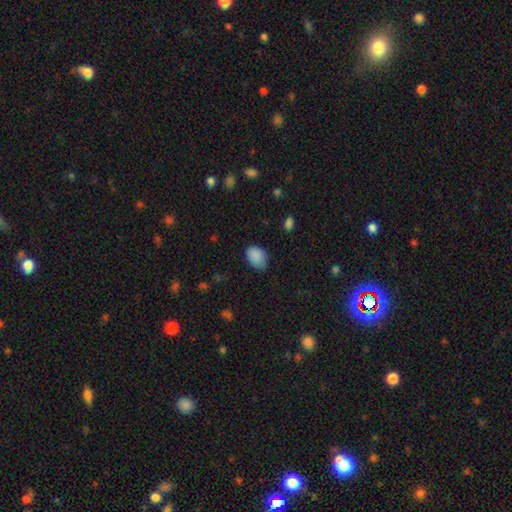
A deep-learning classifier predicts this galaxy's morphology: smooth_or_featured: smooth (p=0.88) [alt: star or artifact p=0.08]
how_rounded: in between (p=0.80) [alt: round p=0.19]
merging: none (p=0.66) [alt: minor disturbance p=0.28]